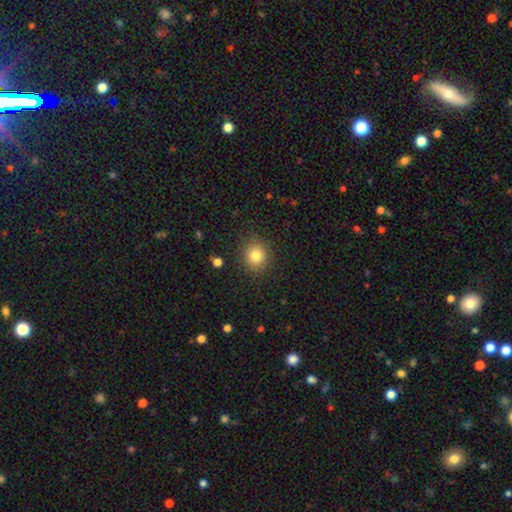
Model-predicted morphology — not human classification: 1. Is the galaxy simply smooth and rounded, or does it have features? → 82% smooth, 11% star or artifact, 7% featured or disk.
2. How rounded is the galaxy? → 79% round, 20% in between, 1% cigar-shaped.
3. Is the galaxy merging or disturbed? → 88% none, 8% minor disturbance, 3% major disturbance, 1% merger.